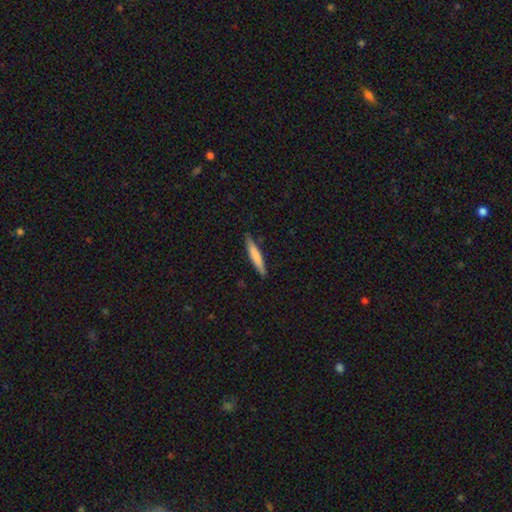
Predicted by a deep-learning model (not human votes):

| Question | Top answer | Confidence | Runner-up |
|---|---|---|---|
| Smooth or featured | smooth | 74% | featured or disk (21%) |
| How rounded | cigar-shaped | 92% | in between (7%) |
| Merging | none | 87% | minor disturbance (10%) |